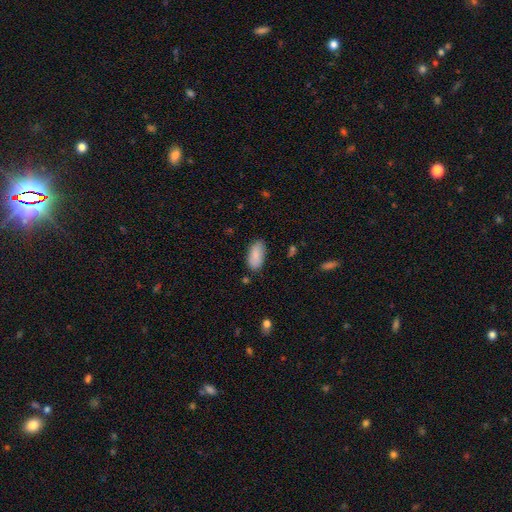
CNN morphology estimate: smooth_or_featured: smooth (p=0.87) [alt: featured or disk p=0.06]
how_rounded: in between (p=0.92) [alt: cigar-shaped p=0.06]
merging: none (p=0.81) [alt: minor disturbance p=0.14]